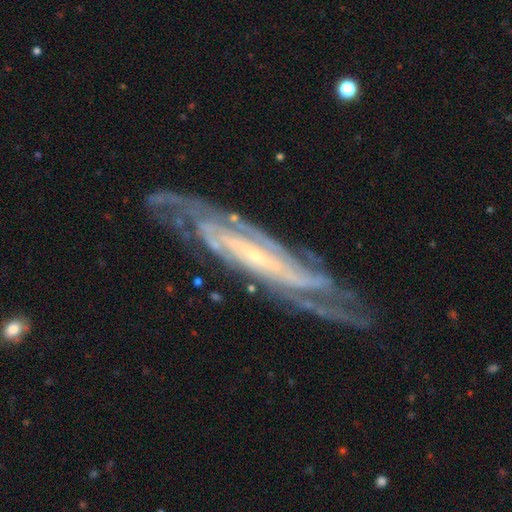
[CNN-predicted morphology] A featured or disk galaxy (89%) with no bar (38%), tight (65%) spiral arms (97%) and a small central bulge (80%).

Vote fractions:
- Smooth or featured? featured or disk: 89% / star or artifact: 6% / smooth: 6%
- Edge-on disk? no: 74% / yes: 26%
- Bar? no: 38% / weak: 33% / strong: 29%
- Spiral arms? yes: 97% / no: 3%
- Spiral winding? tight: 65% / medium: 29% / loose: 6%
- Spiral arm count? can't tell: 30% / 2: 22% / 3: 16% / 4: 15% / more than 4: 11% / 1: 6%
- Bulge size? small: 80% / moderate: 13% / none: 5% / large: 2% / dominant: 1%
- Merging? none: 77% / minor disturbance: 16% / major disturbance: 6% / merger: 2%